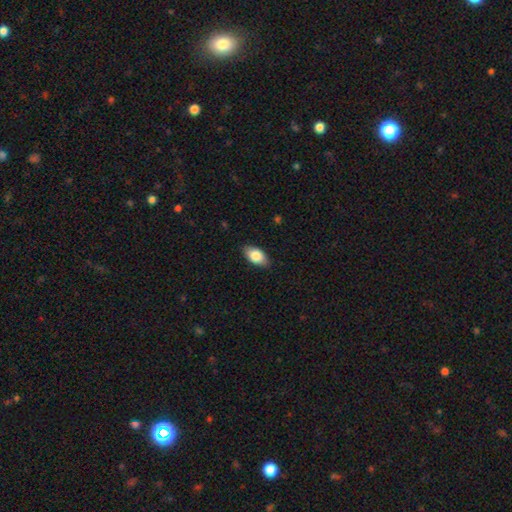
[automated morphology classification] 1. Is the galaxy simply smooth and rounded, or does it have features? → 85% smooth, 9% featured or disk, 6% star or artifact.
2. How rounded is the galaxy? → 93% in between, 4% round, 3% cigar-shaped.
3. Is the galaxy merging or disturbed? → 86% none, 11% minor disturbance, 2% major disturbance, 1% merger.